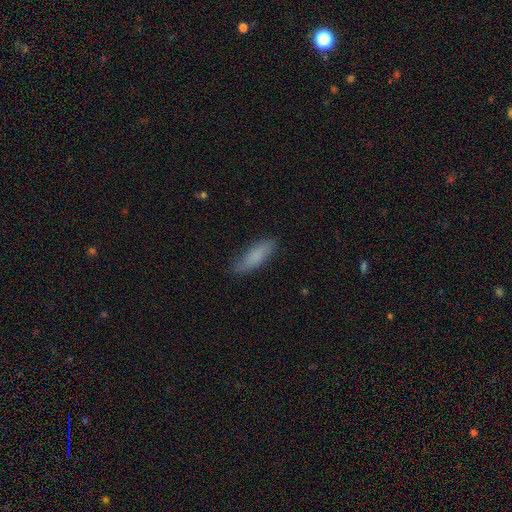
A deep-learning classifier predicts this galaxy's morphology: Smooth or featured?
  - smooth: 81% *
  - featured or disk: 12%
  - star or artifact: 7%
How rounded?
  - in between: 50% *
  - cigar-shaped: 48%
  - round: 2%
Merging?
  - none: 79% *
  - minor disturbance: 16%
  - major disturbance: 3%
  - merger: 1%